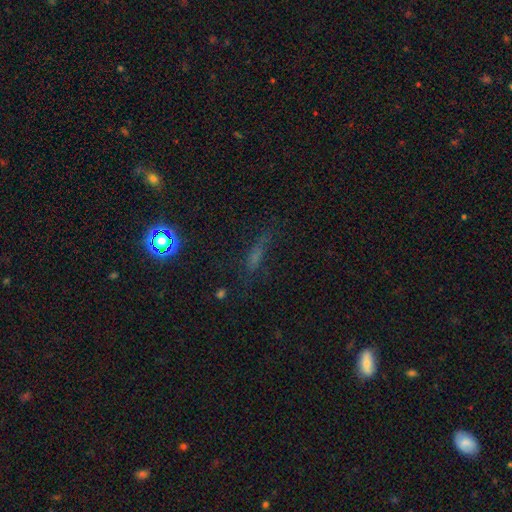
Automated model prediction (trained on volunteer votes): Q: Smooth or featured?
A: smooth (40%); runner-up: star or artifact (35%)
Q: Merging?
A: none (60%); runner-up: minor disturbance (21%)